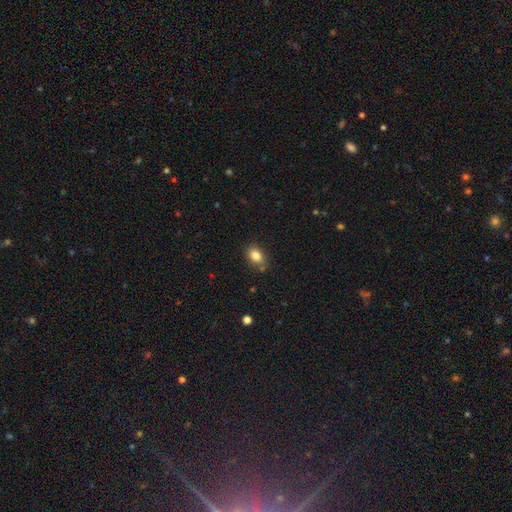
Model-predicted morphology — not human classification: This is clearly a smooth galaxy (83%). How rounded: likely in between (70%). Merging: likely none (78%).